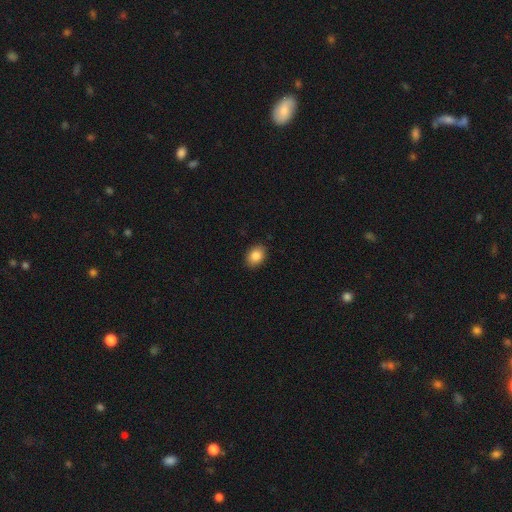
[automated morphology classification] smooth-or-featured: smooth: 86% | star or artifact: 8% | featured or disk: 5%
  how-rounded: in between: 73% | round: 26% | cigar-shaped: 1%
  merging: none: 89% | minor disturbance: 8% | major disturbance: 2% | merger: 1%